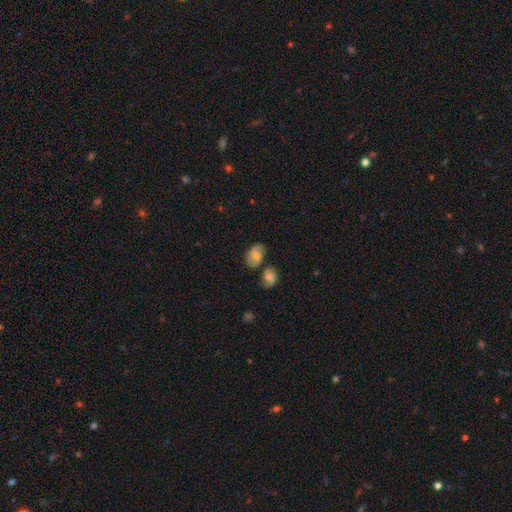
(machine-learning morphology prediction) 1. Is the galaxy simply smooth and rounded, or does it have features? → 55% smooth, 35% featured or disk, 9% star or artifact.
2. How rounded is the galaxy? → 82% in between, 16% round, 2% cigar-shaped.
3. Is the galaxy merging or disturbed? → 55% none, 20% minor disturbance, 17% merger, 7% major disturbance.